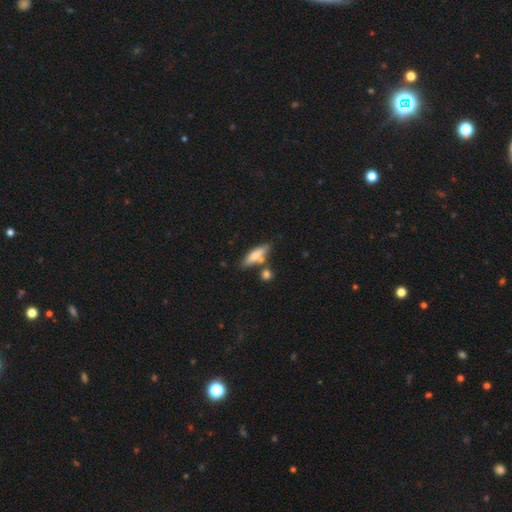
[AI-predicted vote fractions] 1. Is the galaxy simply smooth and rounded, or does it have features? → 66% smooth, 27% featured or disk, 7% star or artifact.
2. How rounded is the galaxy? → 53% cigar-shaped, 43% in between, 3% round.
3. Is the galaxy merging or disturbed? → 65% none, 17% merger, 14% minor disturbance, 4% major disturbance.